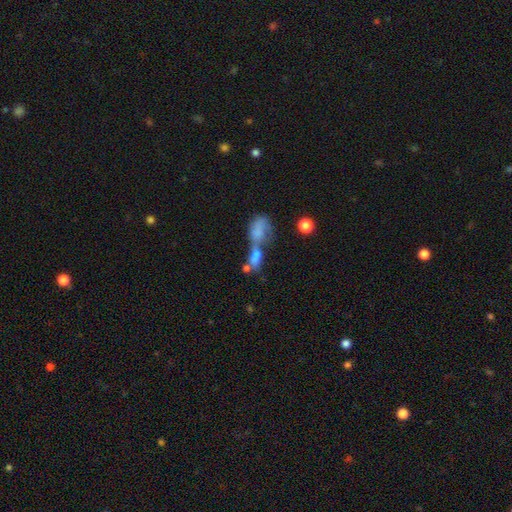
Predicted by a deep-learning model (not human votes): The model was most divided on "smooth or featured": smooth: 53%, featured or disk: 30%, star or artifact: 18%. More confident: how rounded — in between (63%); merging — merger (62%).